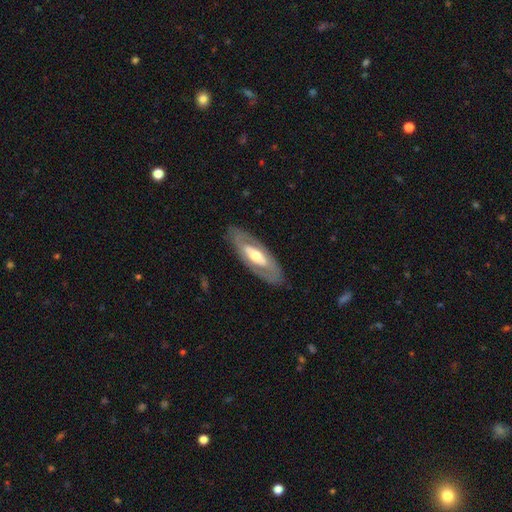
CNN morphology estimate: Smooth or featured? featured or disk (63%)
Edge-on disk? no (78%)
Merging? none (82%)